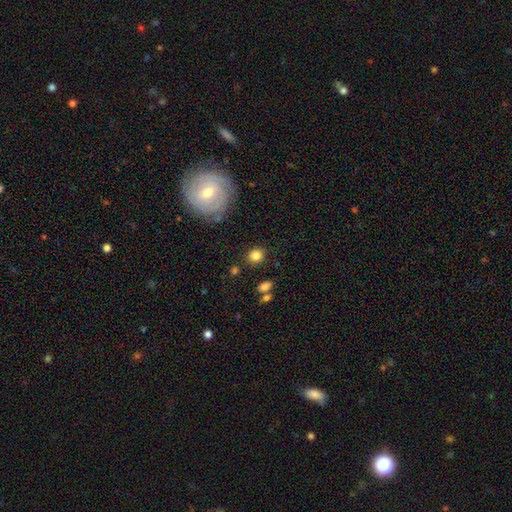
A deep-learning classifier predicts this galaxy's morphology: The model was most divided on "how rounded": round: 79%, in between: 20%, cigar-shaped: 1%. More confident: merging — none (84%); smooth or featured — smooth (83%).